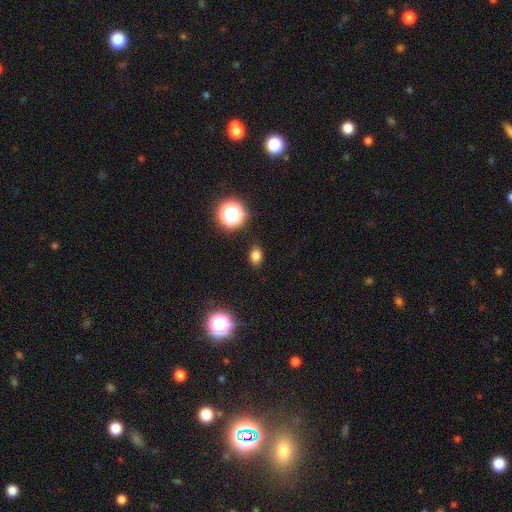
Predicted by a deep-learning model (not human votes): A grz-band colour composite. It shows a smooth galaxy with no disk features (77%) that is in between round and cigar-shaped (68%). Merging: none (86%).